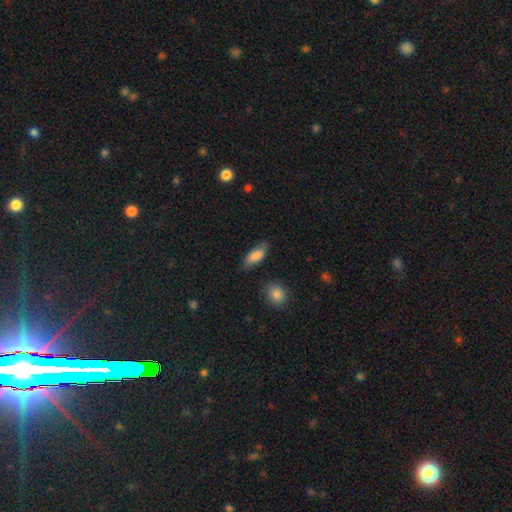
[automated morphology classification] The model was most divided on "merging": none: 74%, minor disturbance: 19%, major disturbance: 4%, merger: 2%. More confident: smooth or featured — smooth (81%); how rounded — in between (80%).